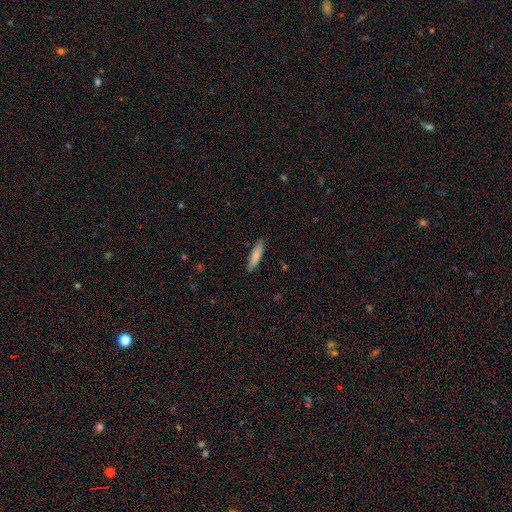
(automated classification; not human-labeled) A smooth galaxy with no disk features (82%) that is cigar-shaped (73%).

Vote fractions:
- Smooth or featured? smooth: 82% / featured or disk: 12% / star or artifact: 6%
- How rounded? cigar-shaped: 73% / in between: 25% / round: 1%
- Merging? none: 88% / minor disturbance: 9% / major disturbance: 2% / merger: 1%